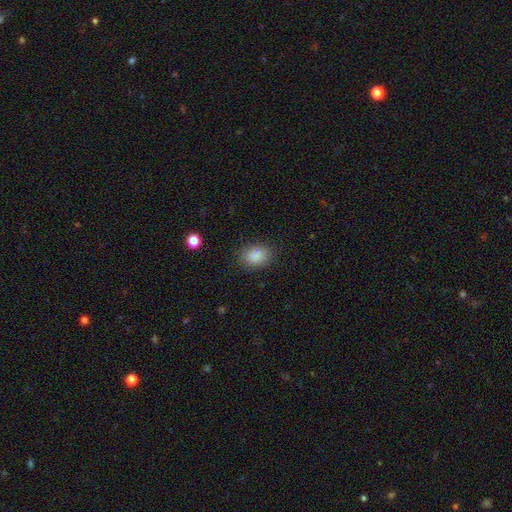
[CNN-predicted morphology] Smooth or featured? smooth (86%)
How rounded? in between (71%)
Merging? none (83%)